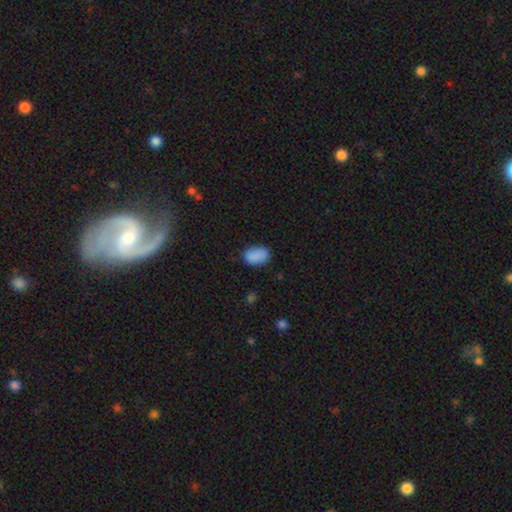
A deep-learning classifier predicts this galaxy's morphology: Smooth or featured: smooth — 88% (star or artifact — 8%)
How rounded: in between — 89% (round — 9%)
Merging: none — 78% (minor disturbance — 17%)